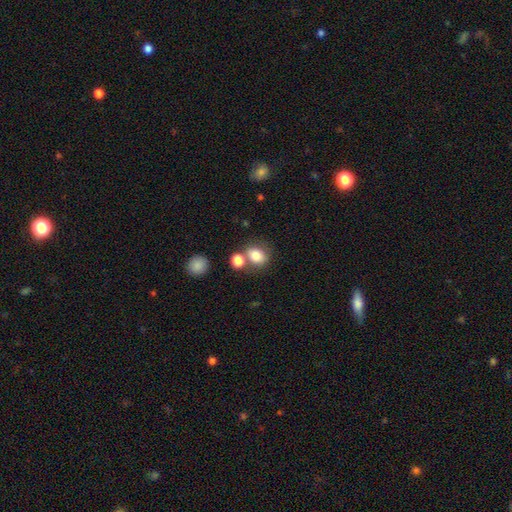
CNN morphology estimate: Smooth or featured? Predicted: smooth (p=0.80). How rounded? Predicted: round (p=0.57). Merging? Predicted: none (p=0.56).